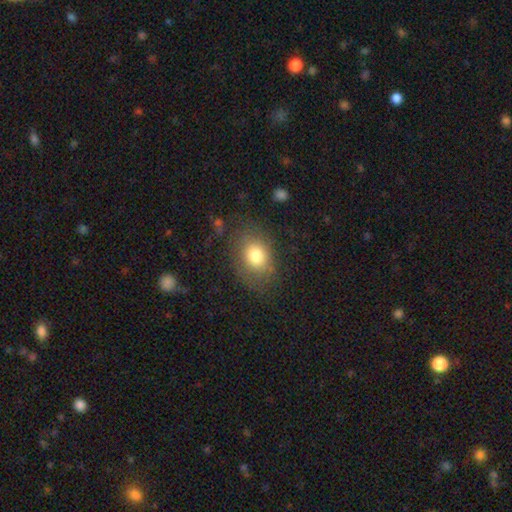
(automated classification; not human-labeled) smooth 77%, featured or disk 13%, star or artifact 10%. Down the decision tree: how rounded — in between (60%); merging — none (70%).